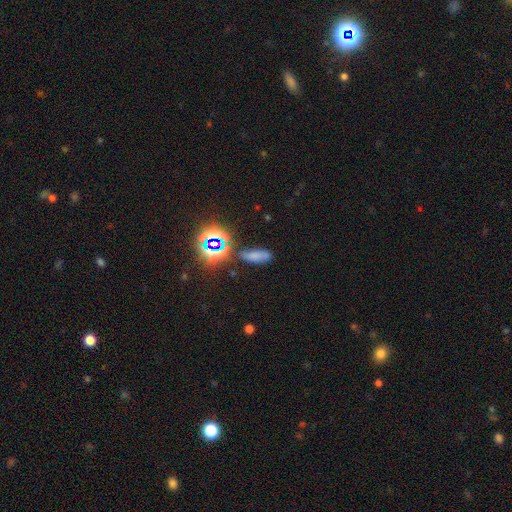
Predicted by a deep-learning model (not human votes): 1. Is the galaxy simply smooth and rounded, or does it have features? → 61% smooth, 28% star or artifact, 11% featured or disk.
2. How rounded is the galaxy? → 63% in between, 30% cigar-shaped, 7% round.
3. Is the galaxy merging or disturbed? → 71% none, 16% minor disturbance, 7% merger, 6% major disturbance.